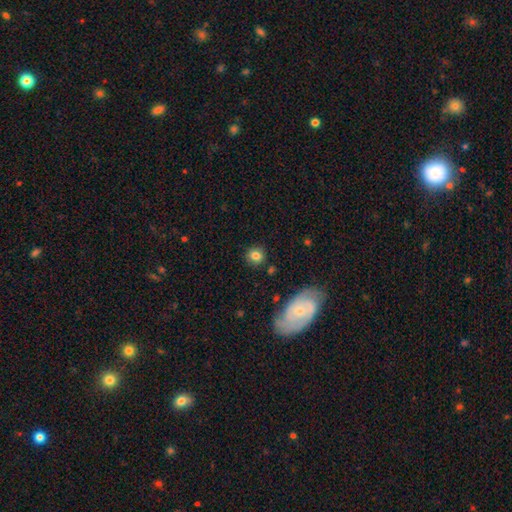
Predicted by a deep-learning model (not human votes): A smooth galaxy with no disk features (79%) that is round (86%). Merging: none (84%).